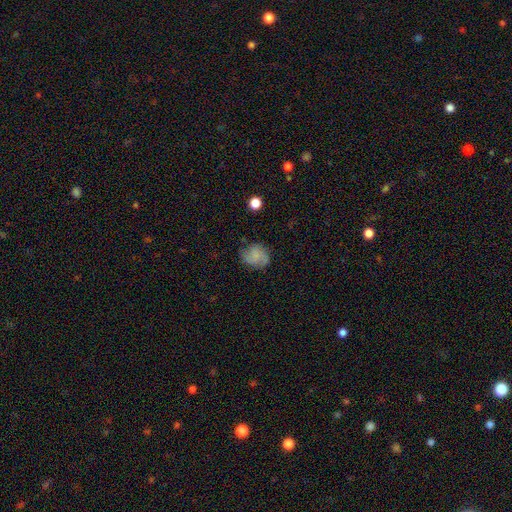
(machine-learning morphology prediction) A smooth galaxy with no disk features (52%) that is round (65%).

Vote fractions:
- Smooth or featured? smooth: 52% / featured or disk: 38% / star or artifact: 10%
- How rounded? round: 65% / in between: 34% / cigar-shaped: 1%
- Merging? none: 70% / minor disturbance: 21% / major disturbance: 8% / merger: 2%